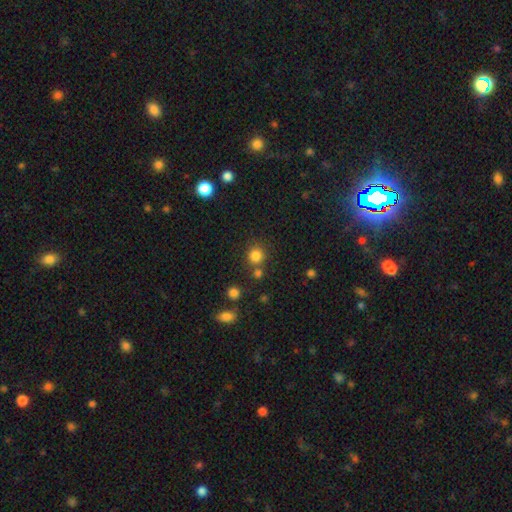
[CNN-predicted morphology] This is clearly a smooth galaxy (82%). How rounded: clearly round (90%). Merging: likely none (73%).